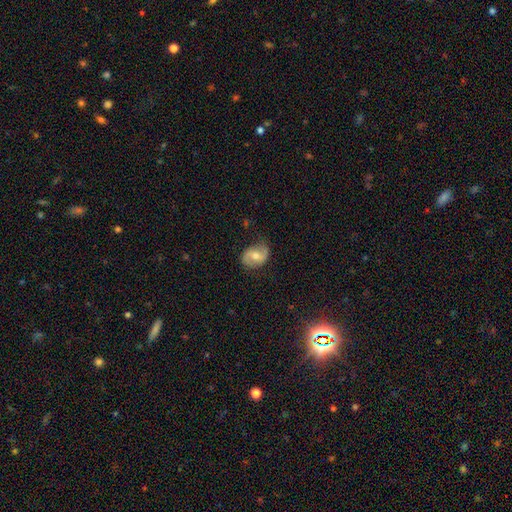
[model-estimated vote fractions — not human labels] Smooth or featured? Predicted: featured or disk (p=0.60). Edge-on disk? Predicted: no (p=0.97). Bar? Predicted: weak (p=0.44). Spiral arms? Predicted: yes (p=0.86). Spiral winding? Predicted: loose (p=0.44). Spiral arm count? Predicted: 2 (p=0.88). Bulge size? Predicted: moderate (p=0.67). Merging? Predicted: none (p=0.75).